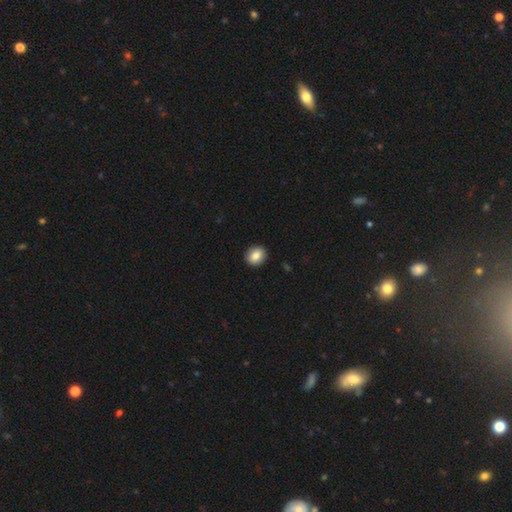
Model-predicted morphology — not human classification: smooth_or_featured: smooth (p=0.84) [alt: star or artifact p=0.08]
how_rounded: round (p=0.75) [alt: in between p=0.24]
merging: none (p=0.91) [alt: minor disturbance p=0.06]